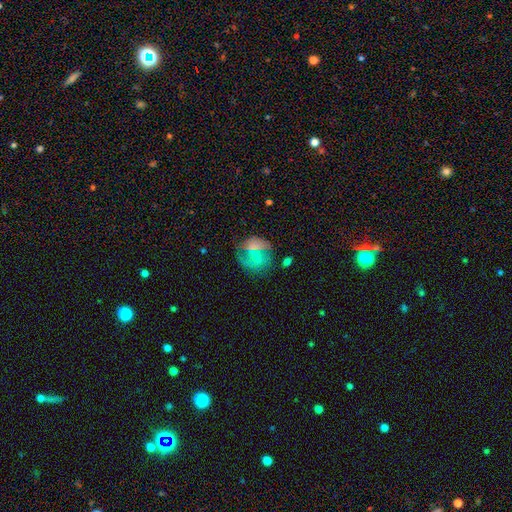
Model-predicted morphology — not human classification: A smooth galaxy with no disk features (50%). Merging: none (52%).